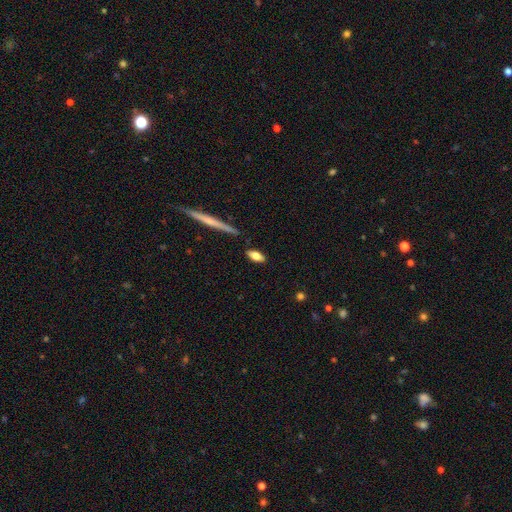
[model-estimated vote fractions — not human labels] Smooth or featured?
  - smooth: 77% *
  - featured or disk: 16%
  - star or artifact: 7%
How rounded?
  - in between: 79% *
  - cigar-shaped: 17%
  - round: 3%
Merging?
  - none: 85% *
  - minor disturbance: 11%
  - major disturbance: 2%
  - merger: 2%